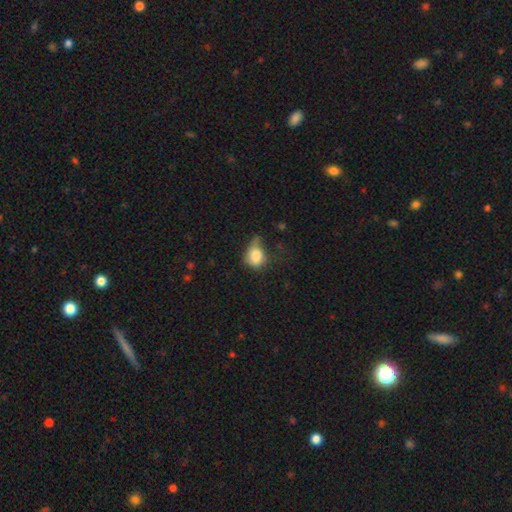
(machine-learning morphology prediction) smooth-or-featured: smooth: 80% | featured or disk: 11% | star or artifact: 9%
  how-rounded: round: 52% | in between: 47% | cigar-shaped: 1%
  merging: minor disturbance: 40% | none: 29% | major disturbance: 26% | merger: 5%